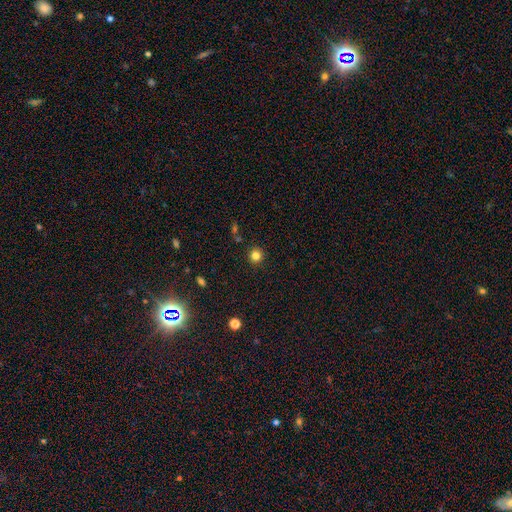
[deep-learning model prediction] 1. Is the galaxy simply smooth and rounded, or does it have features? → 81% smooth, 13% star or artifact, 5% featured or disk.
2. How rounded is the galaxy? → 94% round, 5% in between, 1% cigar-shaped.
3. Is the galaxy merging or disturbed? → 90% none, 6% minor disturbance, 2% major disturbance, 2% merger.